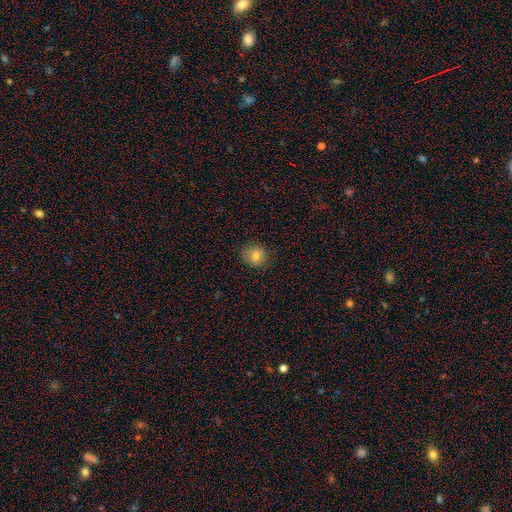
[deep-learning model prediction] Smooth or featured: smooth — 79% (star or artifact — 11%)
How rounded: round — 78% (in between — 21%)
Merging: none — 84% (minor disturbance — 12%)